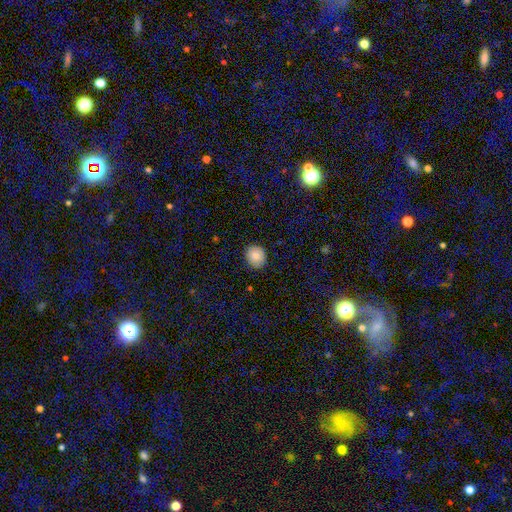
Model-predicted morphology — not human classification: This appears to be a smooth galaxy with no disk features (84%) that is round (75%). Merging: none (86%).